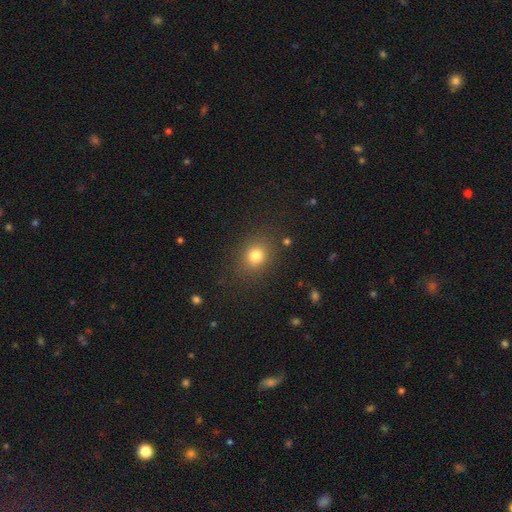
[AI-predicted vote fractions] Overall: smooth (79%). How rounded: round (64%; in between 35%). Merging: none (84%).